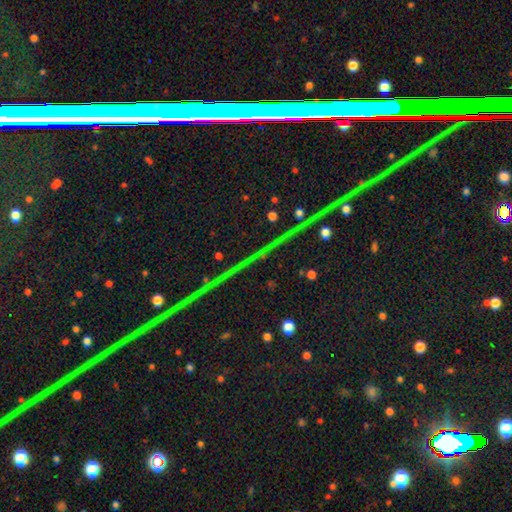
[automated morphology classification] Smooth or featured: star or artifact — 85% (featured or disk — 8%)